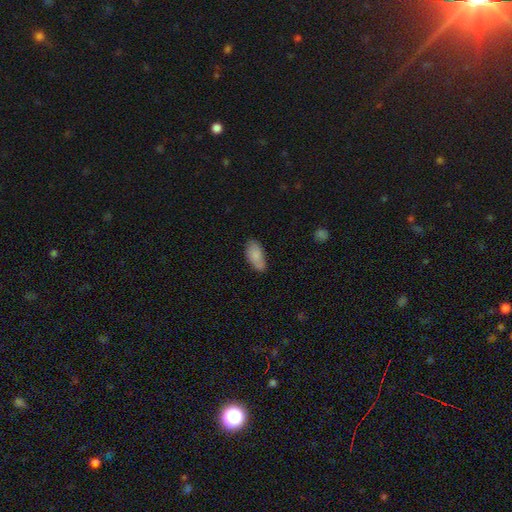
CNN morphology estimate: smooth_or_featured: smooth (p=0.84) [alt: featured or disk p=0.10]
how_rounded: in between (p=0.90) [alt: cigar-shaped p=0.08]
merging: none (p=0.73) [alt: minor disturbance p=0.22]